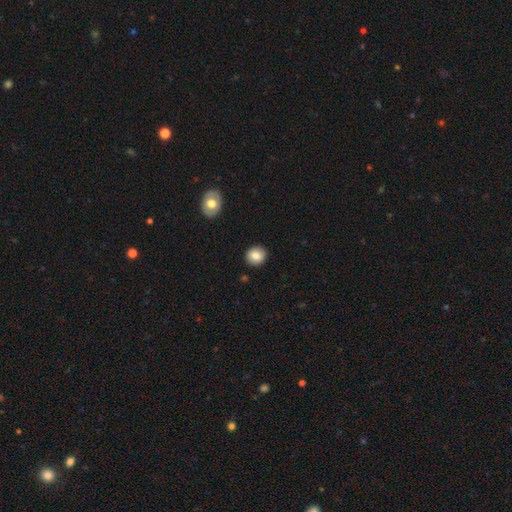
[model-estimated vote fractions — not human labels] Overall: smooth (82%). How rounded: round (83%). Merging: none (91%).